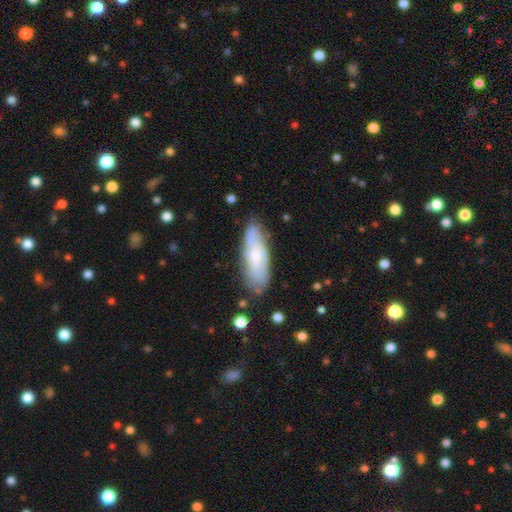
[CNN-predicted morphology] Smooth or featured?
  - featured or disk: 47% *
  - smooth: 46%
  - star or artifact: 7%
Merging?
  - none: 73% *
  - minor disturbance: 20%
  - major disturbance: 4%
  - merger: 2%